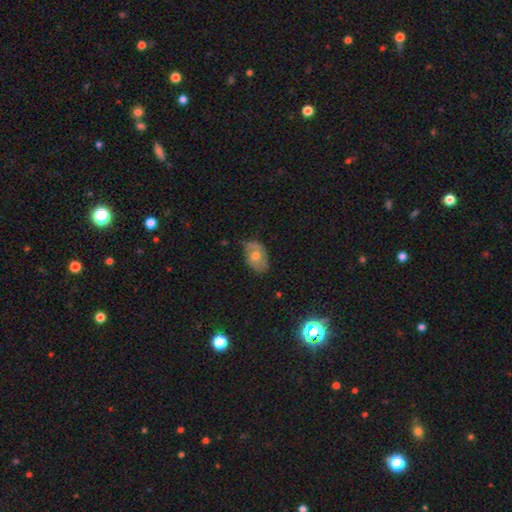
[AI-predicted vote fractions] Q: Smooth or featured?
A: smooth (51%); runner-up: featured or disk (40%)
Q: How rounded?
A: in between (82%); runner-up: round (17%)
Q: Merging?
A: none (56%); runner-up: minor disturbance (34%)